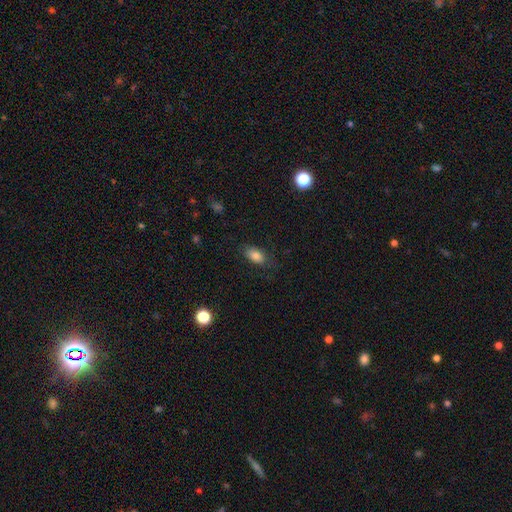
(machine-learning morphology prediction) Q: Smooth or featured?
A: smooth (83%); runner-up: star or artifact (9%)
Q: How rounded?
A: in between (90%); runner-up: round (6%)
Q: Merging?
A: none (76%); runner-up: minor disturbance (17%)